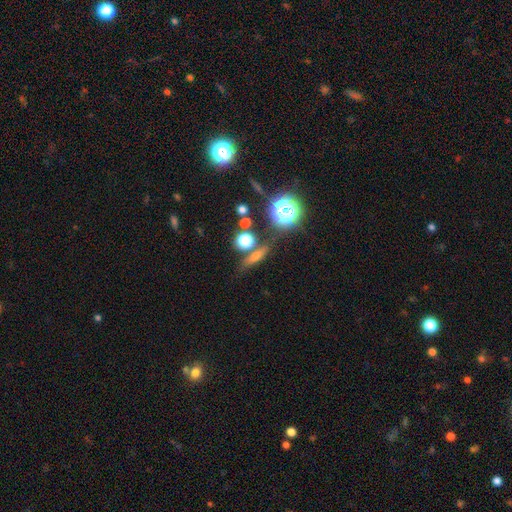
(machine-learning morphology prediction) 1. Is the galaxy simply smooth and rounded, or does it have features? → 45% smooth, 29% featured or disk, 26% star or artifact.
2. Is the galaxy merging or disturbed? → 77% none, 11% minor disturbance, 9% merger, 4% major disturbance.